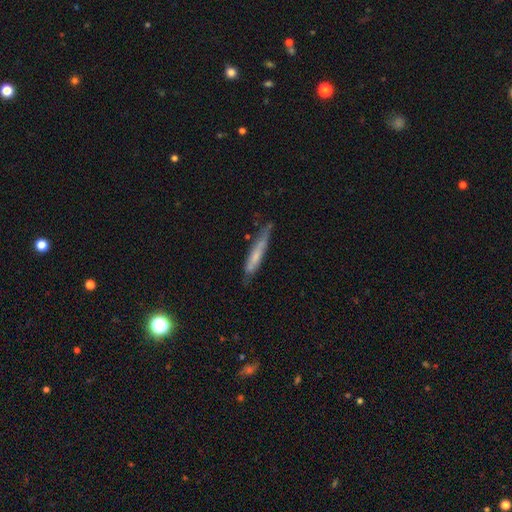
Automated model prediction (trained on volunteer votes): A smooth galaxy with no disk features (56%) that is cigar-shaped (92%).

Vote fractions:
- Smooth or featured? smooth: 56% / featured or disk: 37% / star or artifact: 6%
- How rounded? cigar-shaped: 92% / in between: 6% / round: 1%
- Merging? none: 66% / minor disturbance: 26% / major disturbance: 6% / merger: 3%